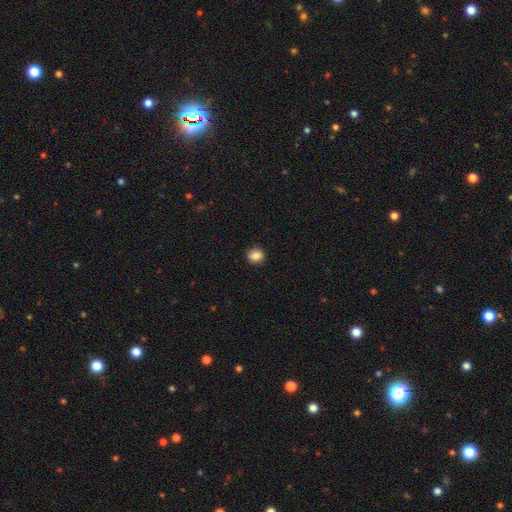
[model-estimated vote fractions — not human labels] smooth-or-featured: smooth: 86% | star or artifact: 10% | featured or disk: 4%
  how-rounded: round: 76% | in between: 23% | cigar-shaped: 1%
  merging: none: 91% | minor disturbance: 7% | major disturbance: 2% | merger: 1%